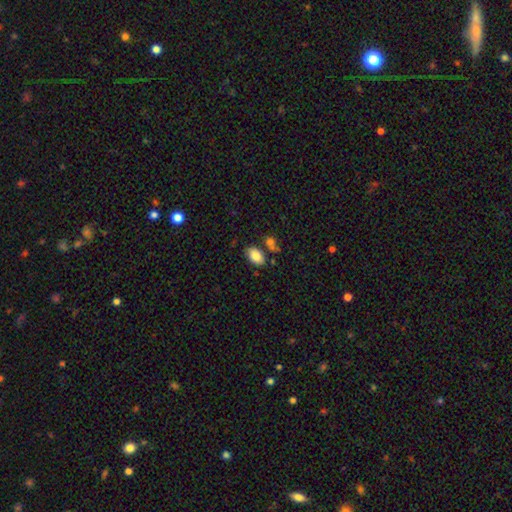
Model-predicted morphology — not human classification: Smooth or featured?
  - smooth: 86% *
  - star or artifact: 8%
  - featured or disk: 6%
How rounded?
  - in between: 91% *
  - round: 7%
  - cigar-shaped: 1%
Merging?
  - none: 76% *
  - minor disturbance: 12%
  - merger: 9%
  - major disturbance: 3%